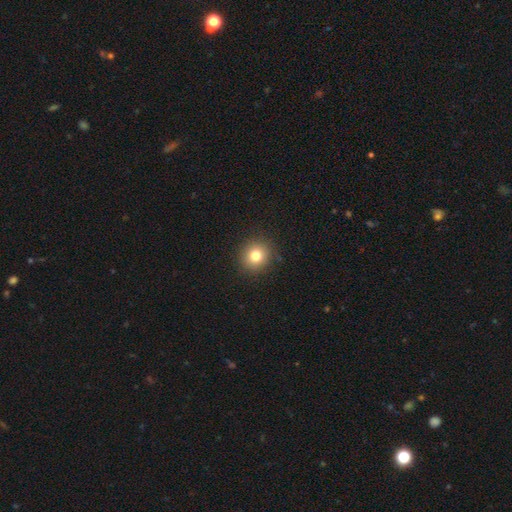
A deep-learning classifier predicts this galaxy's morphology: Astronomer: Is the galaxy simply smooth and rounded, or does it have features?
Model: smooth — 79%.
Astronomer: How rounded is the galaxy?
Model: round — 90%.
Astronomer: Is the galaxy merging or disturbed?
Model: none — 91%.